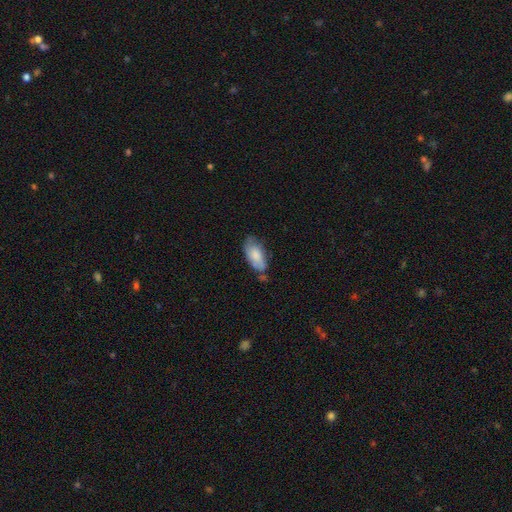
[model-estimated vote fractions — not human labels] smooth 71%, featured or disk 22%, star or artifact 6%. Down the decision tree: how rounded — in between (90%); merging — none (51%).